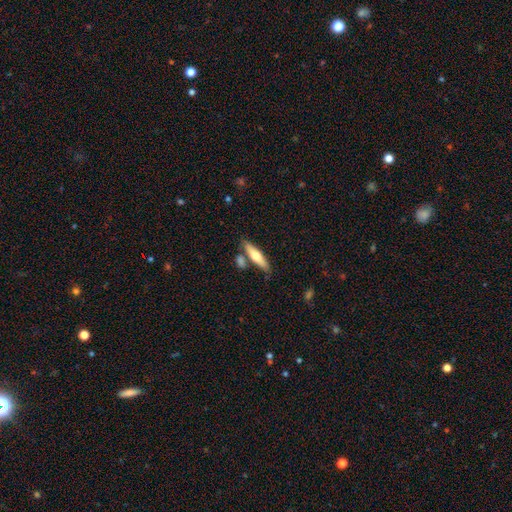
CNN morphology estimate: This appears to be a smooth galaxy with no disk features (59%) that is cigar-shaped (70%). Merging: none (72%).